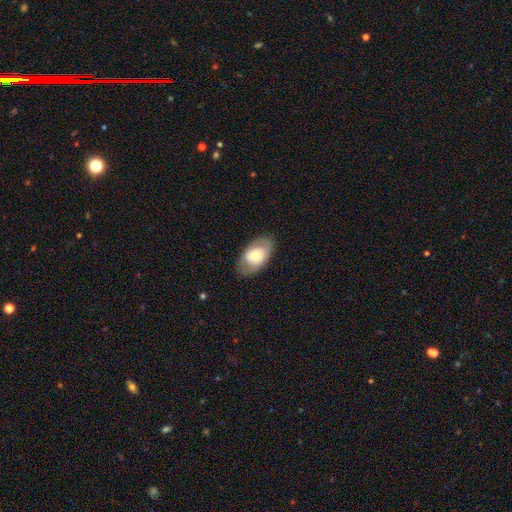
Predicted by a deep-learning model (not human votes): A smooth galaxy with no disk features (56%) that is in between round and cigar-shaped (89%). Merging: none (80%).